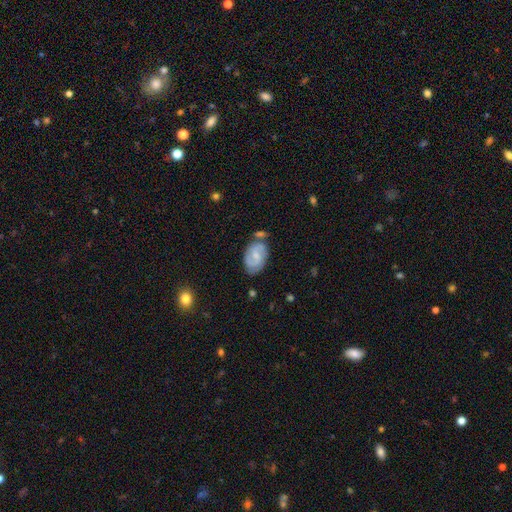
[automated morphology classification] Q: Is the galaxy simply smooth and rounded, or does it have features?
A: featured or disk — 69%.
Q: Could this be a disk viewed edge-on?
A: no — 97%.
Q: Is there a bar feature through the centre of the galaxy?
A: weak — 54%.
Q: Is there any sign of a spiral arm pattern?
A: yes — 93%.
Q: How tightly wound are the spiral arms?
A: medium — 47%.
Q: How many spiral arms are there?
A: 2 — 81%.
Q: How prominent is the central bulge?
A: small — 50%.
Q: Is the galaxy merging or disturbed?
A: none — 64%.